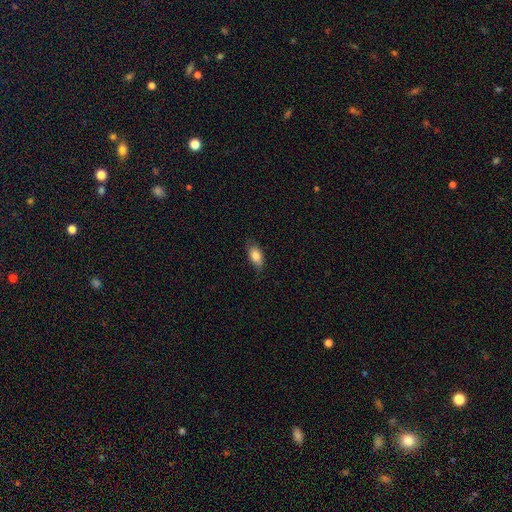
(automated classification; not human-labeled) Smooth or featured? Predicted: smooth (p=0.82). How rounded? Predicted: in between (p=0.88). Merging? Predicted: none (p=0.73).